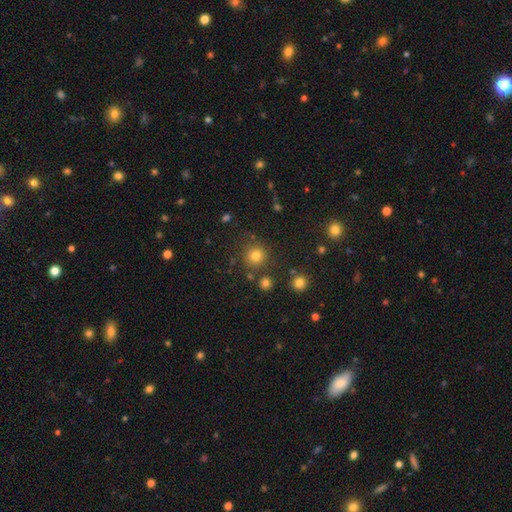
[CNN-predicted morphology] This is likely a smooth galaxy (79%). How rounded: clearly round (93%). Merging: clearly none (84%).